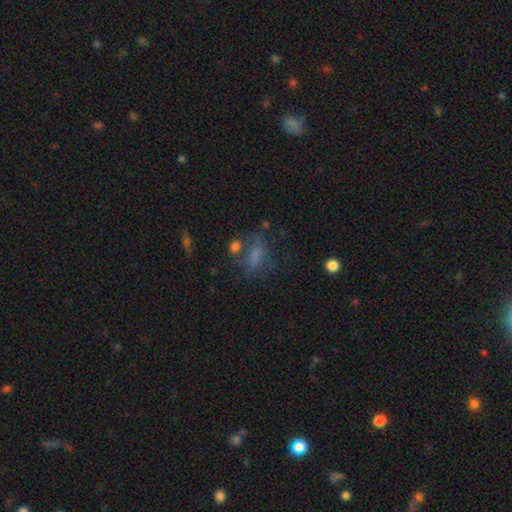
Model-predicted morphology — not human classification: smooth 63%, star or artifact 20%, featured or disk 17%. Down the decision tree: how rounded — in between (71%); merging — none (51%).